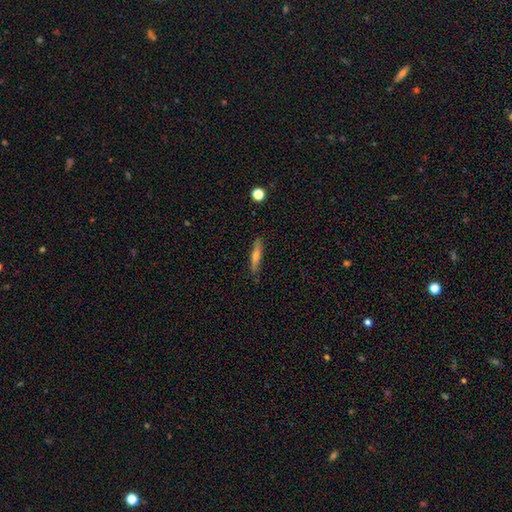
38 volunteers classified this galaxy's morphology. smooth_or_featured: smooth (p=0.50) [alt: featured or disk p=0.45]
how_rounded: cigar-shaped (p=0.84) [alt: round p=0.11]
merging: none (p=0.75) [alt: minor disturbance p=0.25]